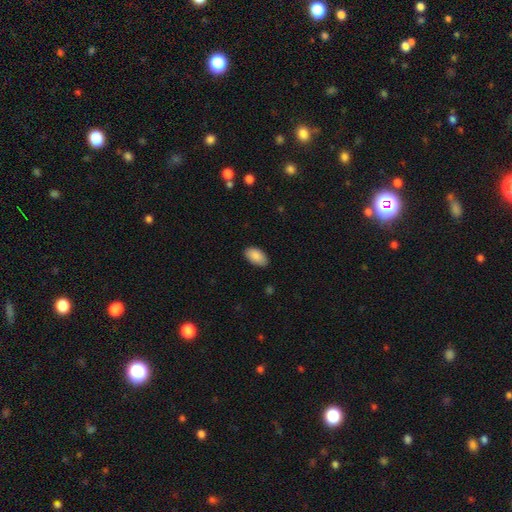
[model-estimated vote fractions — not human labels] Overall: smooth (87%). How rounded: in between (95%). Merging: none (84%).